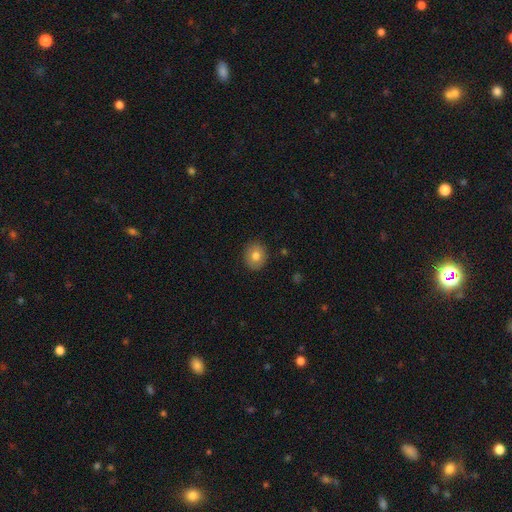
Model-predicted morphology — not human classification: smooth_or_featured: smooth (p=0.78) [alt: featured or disk p=0.13]
how_rounded: round (p=0.70) [alt: in between p=0.29]
merging: none (p=0.89) [alt: minor disturbance p=0.08]